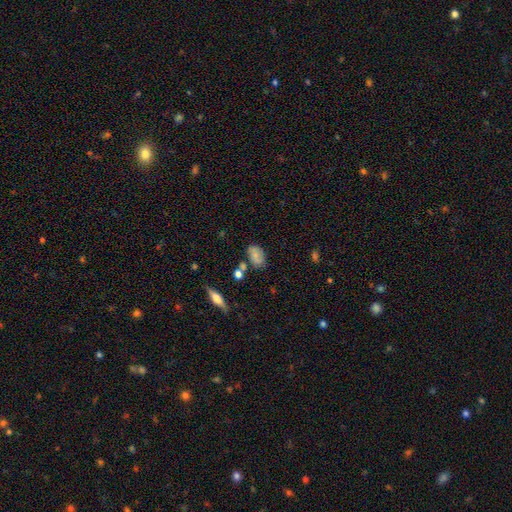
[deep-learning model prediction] Q: Smooth or featured?
A: smooth (68%); runner-up: featured or disk (23%)
Q: How rounded?
A: in between (87%); runner-up: round (11%)
Q: Merging?
A: none (65%); runner-up: minor disturbance (21%)